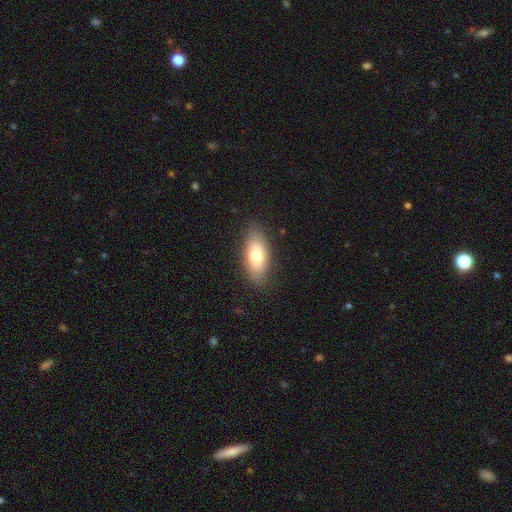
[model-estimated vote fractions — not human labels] A smooth galaxy with no disk features (72%) that is in between round and cigar-shaped (86%).

Vote fractions:
- Smooth or featured? smooth: 72% / featured or disk: 21% / star or artifact: 7%
- How rounded? in between: 86% / cigar-shaped: 11% / round: 3%
- Merging? none: 85% / minor disturbance: 11% / major disturbance: 3% / merger: 1%